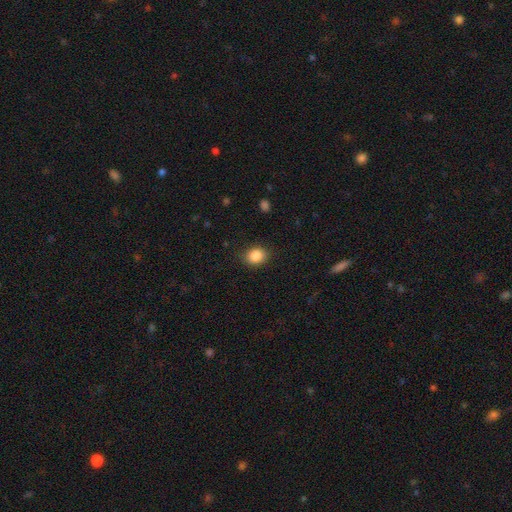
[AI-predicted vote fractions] Smooth or featured?
  - smooth: 87% *
  - star or artifact: 9%
  - featured or disk: 4%
How rounded?
  - round: 54% *
  - in between: 45%
  - cigar-shaped: 1%
Merging?
  - none: 87% *
  - minor disturbance: 9%
  - major disturbance: 3%
  - merger: 1%